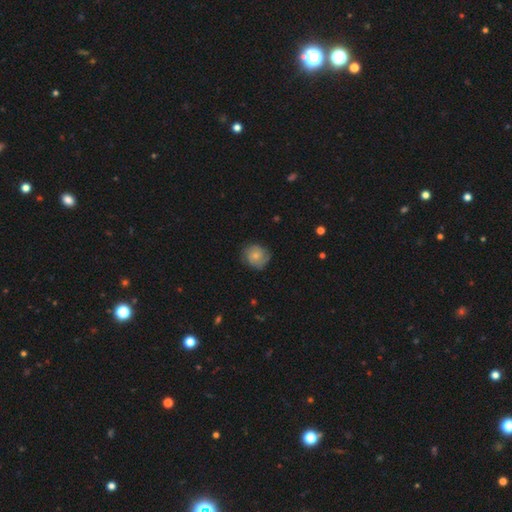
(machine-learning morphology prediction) The model was most divided on "smooth or featured": smooth: 52%, featured or disk: 41%, star or artifact: 7%. More confident: how rounded — round (82%); merging — none (76%).